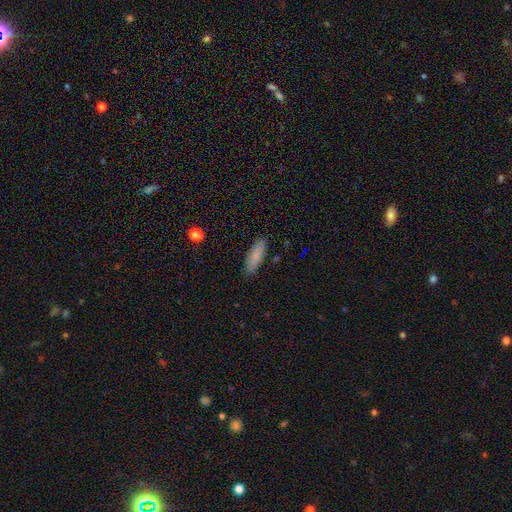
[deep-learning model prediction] A smooth galaxy with no disk features (78%) that is in between round and cigar-shaped (60%).

Vote fractions:
- Smooth or featured? smooth: 78% / featured or disk: 15% / star or artifact: 7%
- How rounded? in between: 60% / cigar-shaped: 38% / round: 2%
- Merging? none: 84% / minor disturbance: 13% / major disturbance: 2% / merger: 1%